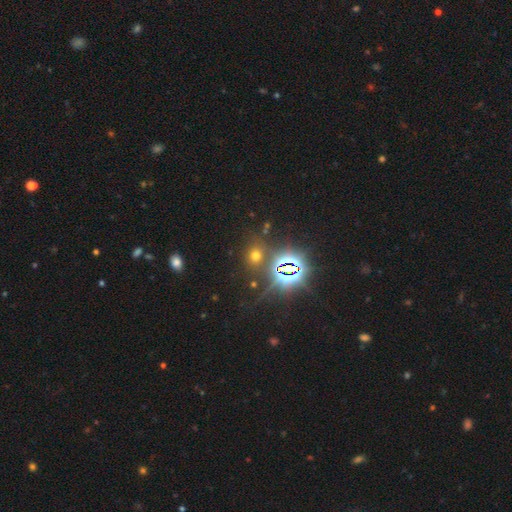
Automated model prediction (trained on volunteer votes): The model was most divided on "smooth or featured": smooth: 48%, star or artifact: 44%, featured or disk: 8%. More confident: merging — none (81%).